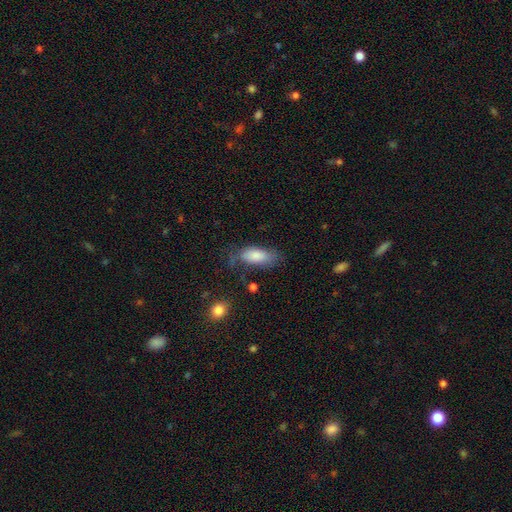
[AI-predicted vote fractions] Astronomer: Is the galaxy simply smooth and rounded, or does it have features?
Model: smooth — 83%.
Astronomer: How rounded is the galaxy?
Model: in between — 85%.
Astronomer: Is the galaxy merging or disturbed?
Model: none — 58%.